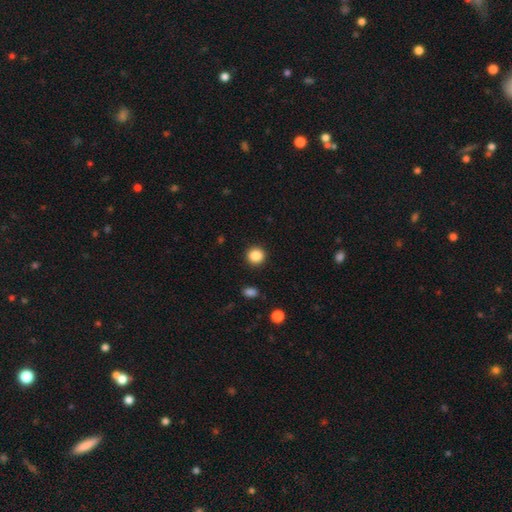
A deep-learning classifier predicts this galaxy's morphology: Q: Smooth or featured?
A: smooth (87%); runner-up: star or artifact (10%)
Q: How rounded?
A: round (92%); runner-up: in between (7%)
Q: Merging?
A: none (92%); runner-up: minor disturbance (5%)